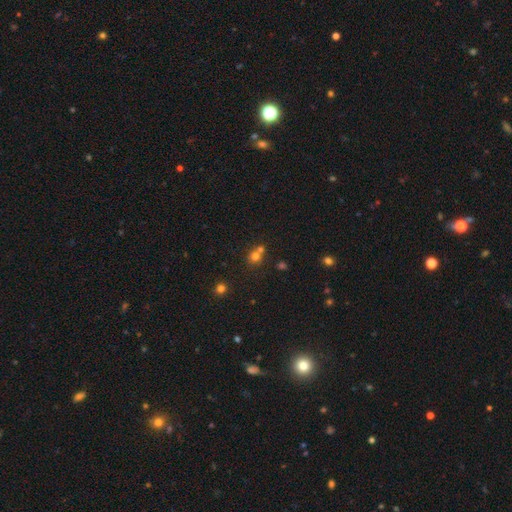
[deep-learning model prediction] Smooth or featured: smooth — 72% (star or artifact — 18%)
How rounded: round — 83% (in between — 16%)
Merging: none — 48% (merger — 43%)